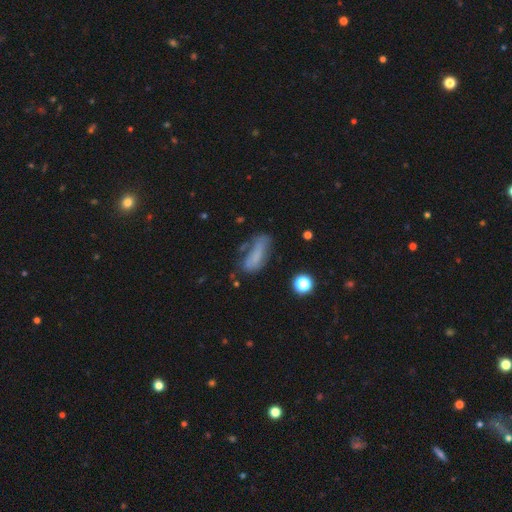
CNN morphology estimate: smooth-or-featured: smooth: 64% | featured or disk: 23% | star or artifact: 13%
  how-rounded: in between: 62% | cigar-shaped: 35% | round: 4%
  merging: none: 45% | minor disturbance: 28% | major disturbance: 19% | merger: 8%